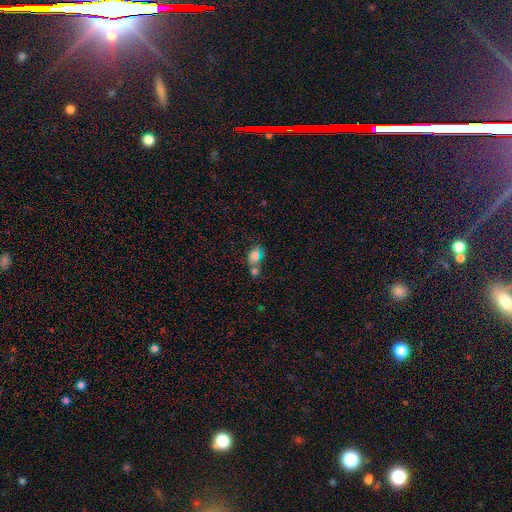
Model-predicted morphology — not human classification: Q: Smooth or featured?
A: smooth (66%); runner-up: featured or disk (18%)
Q: How rounded?
A: in between (72%); runner-up: round (25%)
Q: Merging?
A: merger (48%); runner-up: none (30%)